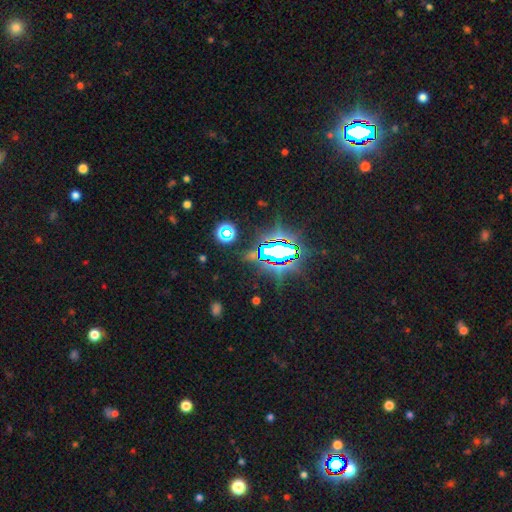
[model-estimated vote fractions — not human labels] Smooth or featured: star or artifact — 77% (smooth — 13%)